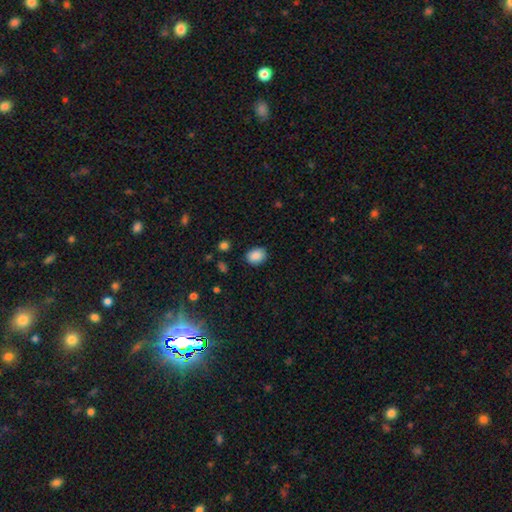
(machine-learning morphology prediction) smooth_or_featured: smooth (p=0.88) [alt: star or artifact p=0.08]
how_rounded: in between (p=0.58) [alt: round p=0.41]
merging: none (p=0.85) [alt: minor disturbance p=0.11]